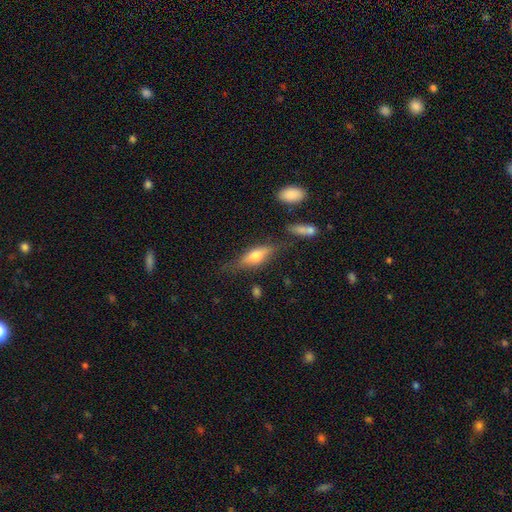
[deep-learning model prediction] A smooth galaxy with no disk features (49%). Merging: none (67%).